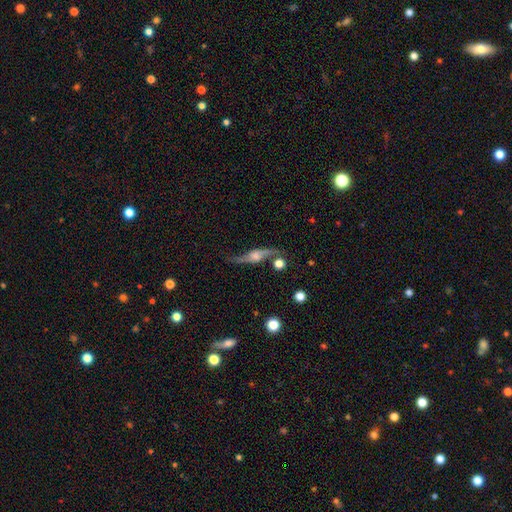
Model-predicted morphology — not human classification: This is clearly a featured or disk galaxy (81%). It is possibly not viewed edge-on (56%). Merging: likely none (66%).